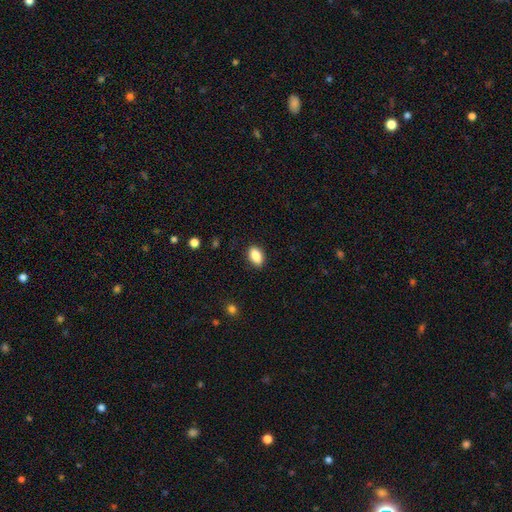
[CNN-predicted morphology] Smooth or featured? Predicted: smooth (p=0.87). How rounded? Predicted: in between (p=0.89). Merging? Predicted: none (p=0.87).